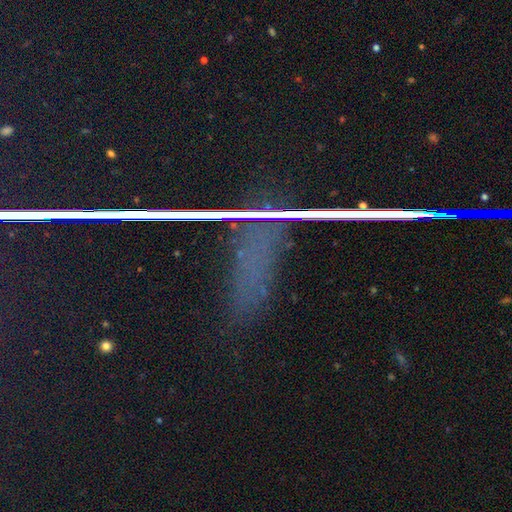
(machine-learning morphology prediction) The model was most divided on "smooth or featured": star or artifact: 80%, smooth: 10%, featured or disk: 10%.